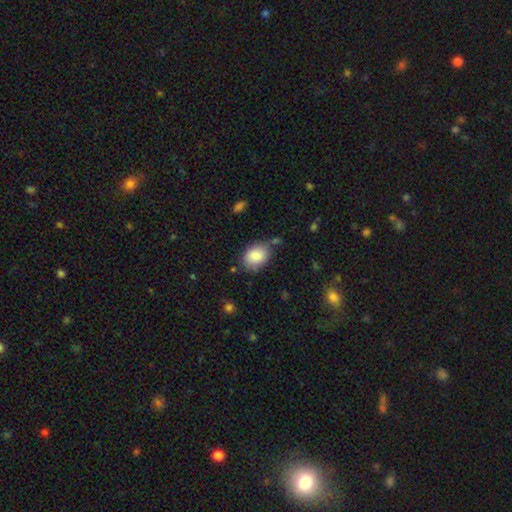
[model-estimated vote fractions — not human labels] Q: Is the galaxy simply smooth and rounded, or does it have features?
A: smooth — 84%.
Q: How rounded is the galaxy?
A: in between — 72%.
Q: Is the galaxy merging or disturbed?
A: none — 70%.